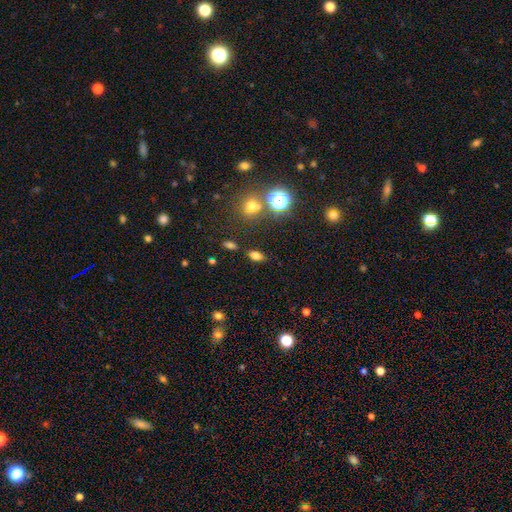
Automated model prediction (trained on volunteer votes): smooth_or_featured: smooth (p=0.70) [alt: star or artifact p=0.21]
how_rounded: in between (p=0.80) [alt: round p=0.13]
merging: none (p=0.79) [alt: minor disturbance p=0.11]